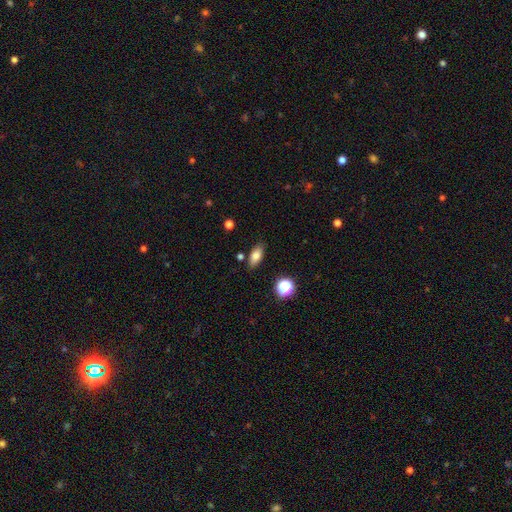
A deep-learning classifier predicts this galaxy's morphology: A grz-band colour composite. It shows a smooth galaxy with no disk features (79%) that is in between round and cigar-shaped (84%). Merging: none (82%).